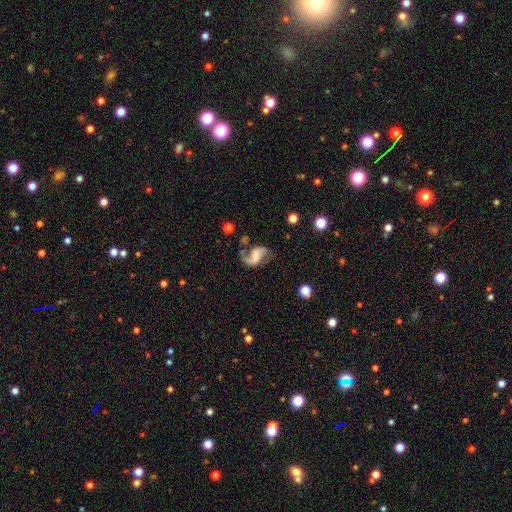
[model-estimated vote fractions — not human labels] The model was most divided on "bar": no: 42%, weak: 40%, strong: 19%. Remaining: edge-on disk — no (98%); spiral arms — yes (95%); spiral arm count — 2 (88%); smooth or featured — featured or disk (84%); spiral winding — loose (65%); merging — none (60%); bulge size — none (44%).